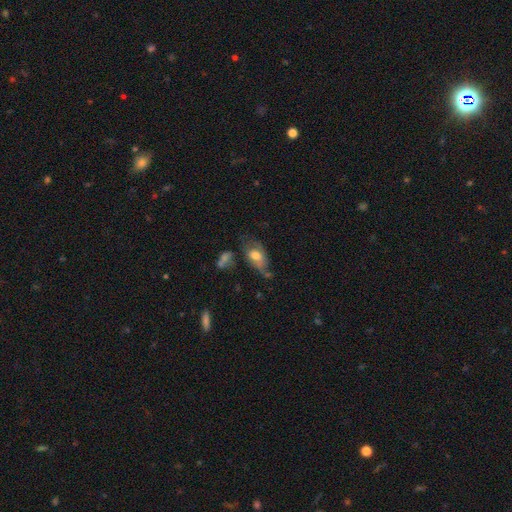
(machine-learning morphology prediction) Overall: smooth (55%; featured or disk 36%). How rounded: in between (87%). Merging: none (33%; minor disturbance 31%).